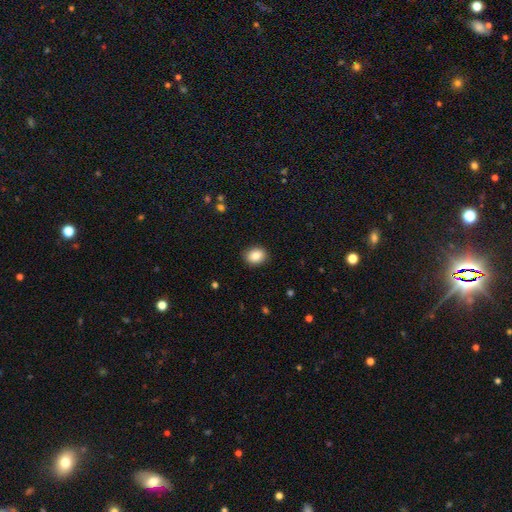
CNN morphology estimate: A smooth galaxy with no disk features (87%) that is in between round and cigar-shaped (55%).

Vote fractions:
- Smooth or featured? smooth: 87% / star or artifact: 8% / featured or disk: 5%
- How rounded? in between: 55% / round: 44% / cigar-shaped: 1%
- Merging? none: 89% / minor disturbance: 8% / major disturbance: 2% / merger: 1%